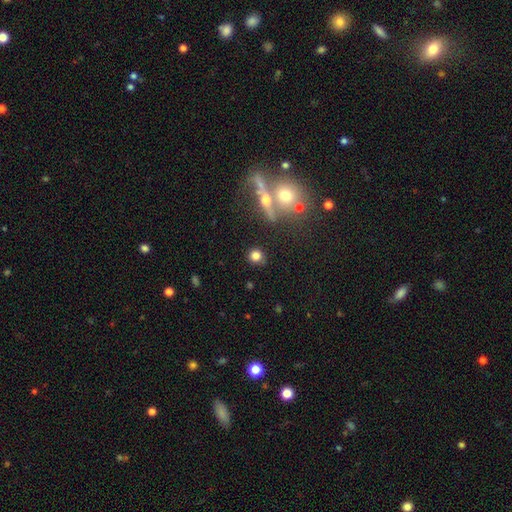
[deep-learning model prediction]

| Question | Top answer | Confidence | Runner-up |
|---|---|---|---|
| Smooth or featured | smooth | 78% | star or artifact (12%) |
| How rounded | round | 89% | in between (9%) |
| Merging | none | 83% | minor disturbance (8%) |